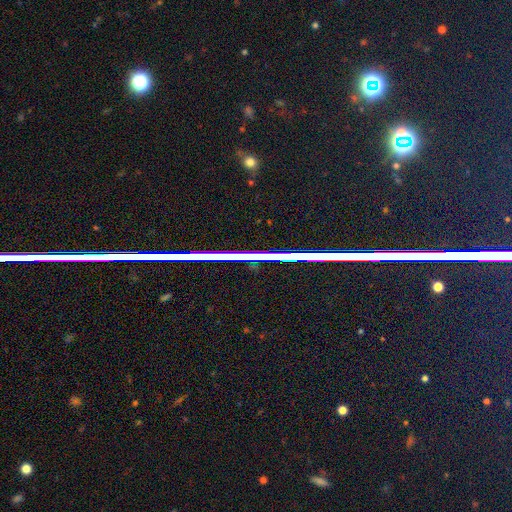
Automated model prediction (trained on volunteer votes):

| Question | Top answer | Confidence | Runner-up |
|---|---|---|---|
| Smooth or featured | star or artifact | 79% | featured or disk (13%) |